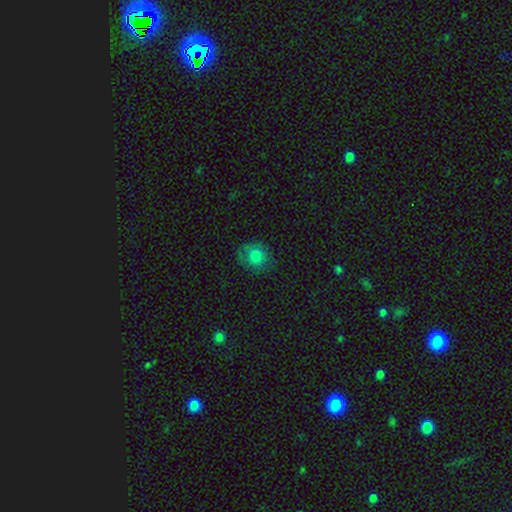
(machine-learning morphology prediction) This appears to be a smooth galaxy with no disk features (77%) that is round (74%). Merging: none (74%).